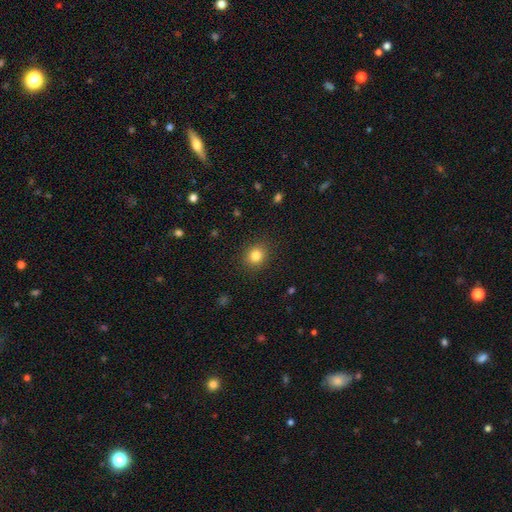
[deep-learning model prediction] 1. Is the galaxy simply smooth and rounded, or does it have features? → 82% smooth, 11% star or artifact, 6% featured or disk.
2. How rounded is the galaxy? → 73% round, 26% in between, 1% cigar-shaped.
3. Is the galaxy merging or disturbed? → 88% none, 8% minor disturbance, 3% major disturbance, 1% merger.